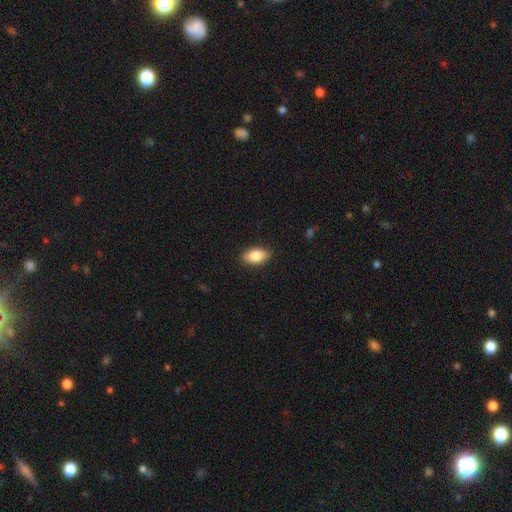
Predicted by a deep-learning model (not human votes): Smooth or featured? smooth (82%)
How rounded? in between (89%)
Merging? none (87%)